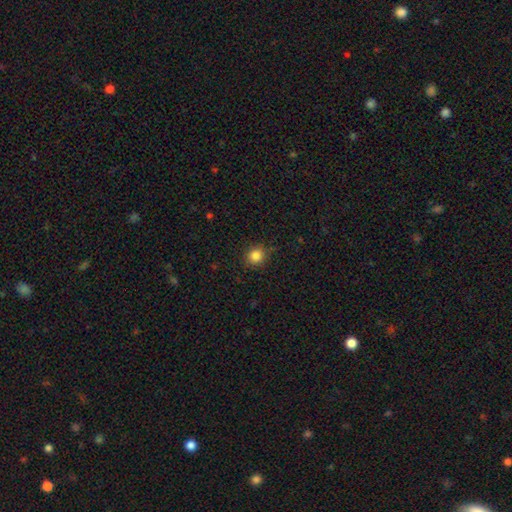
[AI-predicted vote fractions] smooth 84%, star or artifact 11%, featured or disk 4%. Down the decision tree: how rounded — round (89%); merging — none (87%).